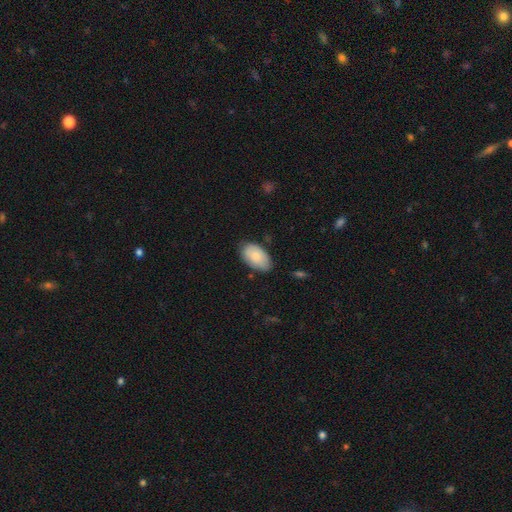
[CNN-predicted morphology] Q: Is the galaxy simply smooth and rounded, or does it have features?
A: smooth — 79%.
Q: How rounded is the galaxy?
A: in between — 94%.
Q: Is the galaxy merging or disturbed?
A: none — 72%.